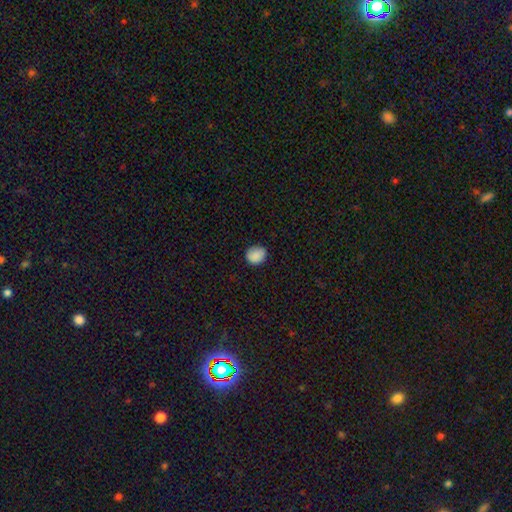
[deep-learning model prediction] Morphology: type=smooth (88%); roundness=round (70%); merging=none (84%).